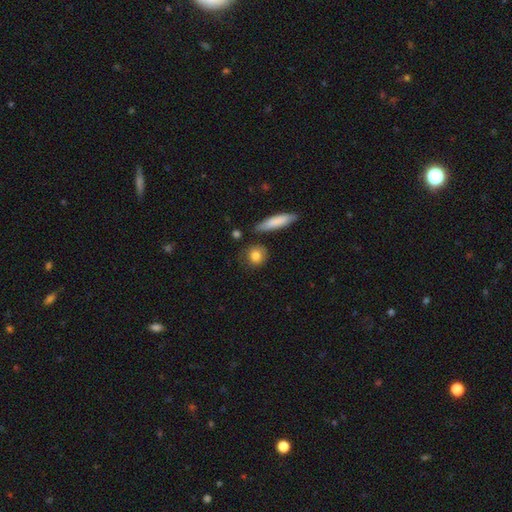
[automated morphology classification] Q: Smooth or featured?
A: smooth (82%); runner-up: featured or disk (11%)
Q: How rounded?
A: round (73%); runner-up: in between (21%)
Q: Merging?
A: none (74%); runner-up: minor disturbance (16%)